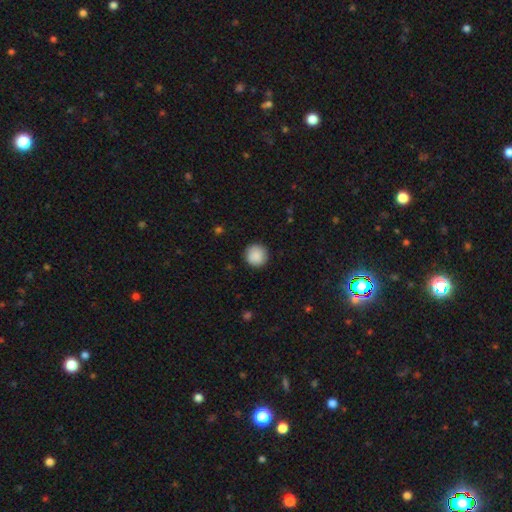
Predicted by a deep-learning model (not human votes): Q: Smooth or featured?
A: smooth (90%); runner-up: star or artifact (7%)
Q: How rounded?
A: round (95%); runner-up: in between (4%)
Q: Merging?
A: none (91%); runner-up: minor disturbance (6%)